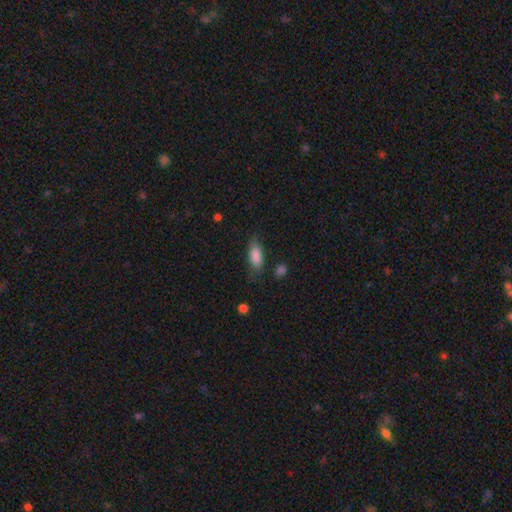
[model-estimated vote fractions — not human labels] This appears to be a smooth galaxy with no disk features (83%) that is in between round and cigar-shaped (82%). Merging: none (67%).